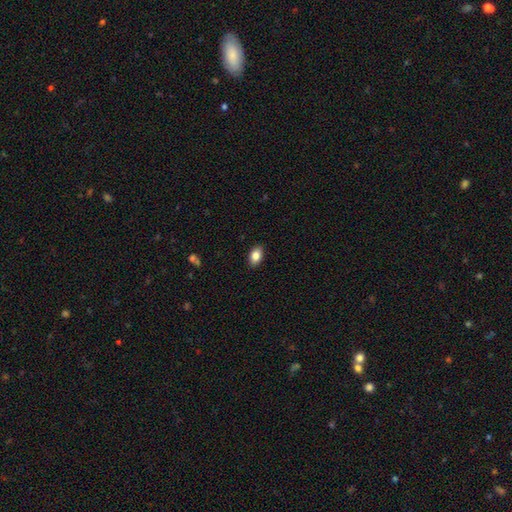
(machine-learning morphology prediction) Smooth or featured? smooth (86%)
How rounded? in between (89%)
Merging? none (89%)